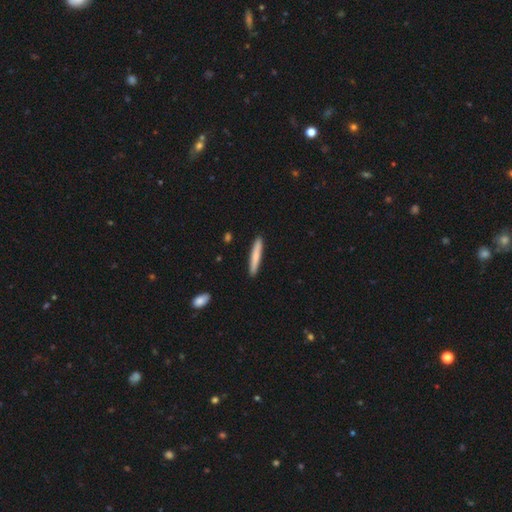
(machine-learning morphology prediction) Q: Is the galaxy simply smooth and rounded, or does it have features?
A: smooth — 75%.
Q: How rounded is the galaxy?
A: cigar-shaped — 95%.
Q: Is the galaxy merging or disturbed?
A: none — 91%.